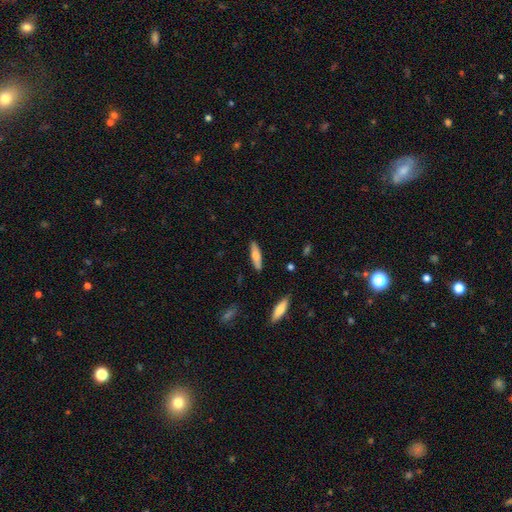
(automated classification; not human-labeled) Overall: smooth (65%; featured or disk 29%). How rounded: cigar-shaped (66%; in between 32%). Merging: none (87%).